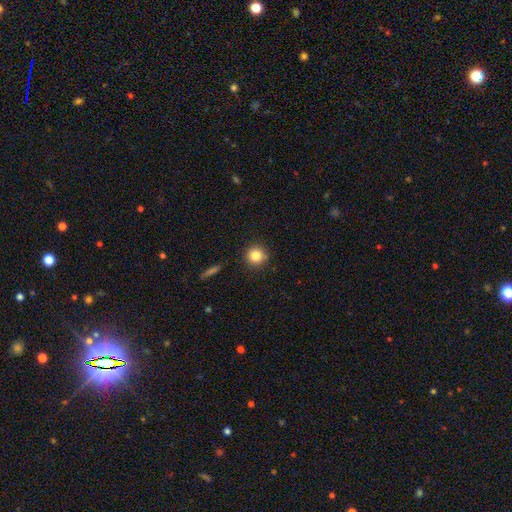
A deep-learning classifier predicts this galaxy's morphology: type=smooth (83%); roundness=round (94%); merging=none (90%).